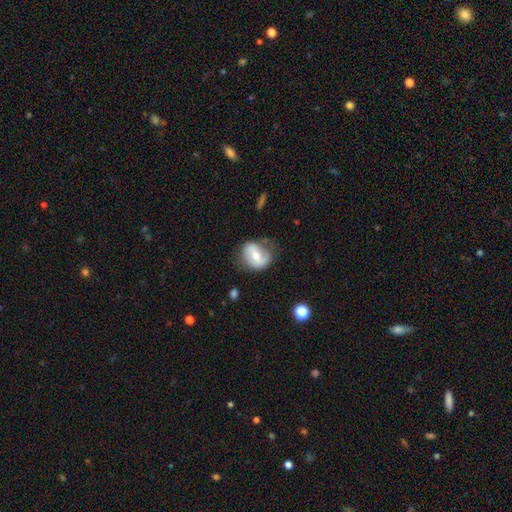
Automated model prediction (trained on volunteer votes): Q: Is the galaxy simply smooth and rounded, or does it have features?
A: featured or disk — 51%.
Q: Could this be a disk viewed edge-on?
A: no — 96%.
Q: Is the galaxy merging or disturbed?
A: none — 60%.